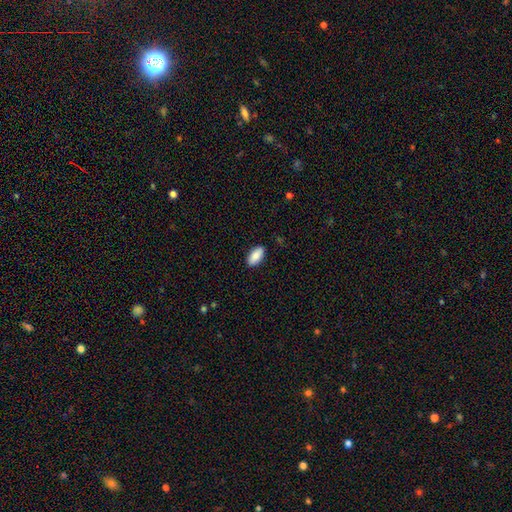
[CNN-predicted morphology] smooth_or_featured: smooth (p=0.88) [alt: star or artifact p=0.06]
how_rounded: in between (p=0.91) [alt: cigar-shaped p=0.07]
merging: none (p=0.89) [alt: minor disturbance p=0.08]